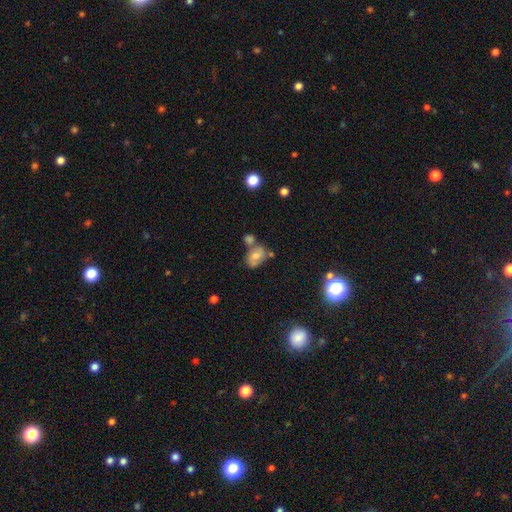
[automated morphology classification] A smooth galaxy with no disk features (57%) that is in between round and cigar-shaped (75%). Merging: none (42%).